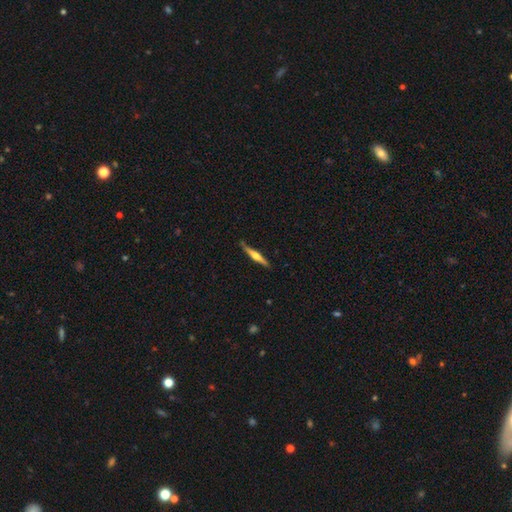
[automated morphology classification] Smooth or featured? Predicted: featured or disk (p=0.68). Edge-on disk? Predicted: yes (p=0.98). Edge-on bulge? Predicted: rounded (p=0.89). Merging? Predicted: none (p=0.88).